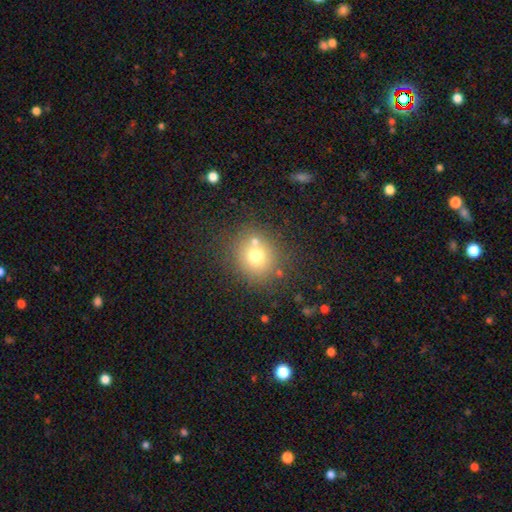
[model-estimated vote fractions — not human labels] The model was most divided on "smooth or featured": smooth: 70%, star or artifact: 15%, featured or disk: 15%. More confident: how rounded — round (80%); merging — none (71%).